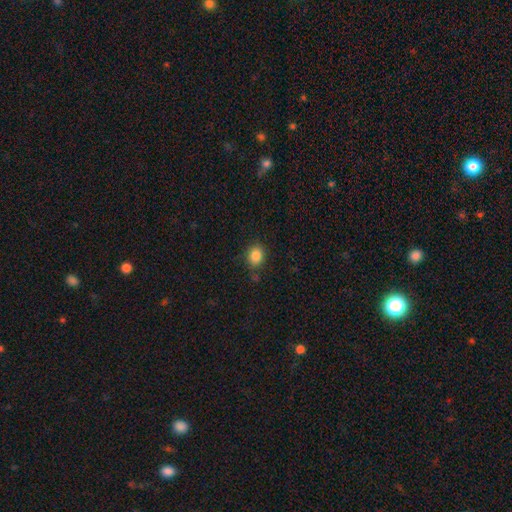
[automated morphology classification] smooth-or-featured: smooth: 85% | star or artifact: 10% | featured or disk: 4%
  how-rounded: round: 58% | in between: 41% | cigar-shaped: 1%
  merging: none: 81% | minor disturbance: 13% | major disturbance: 3% | merger: 3%